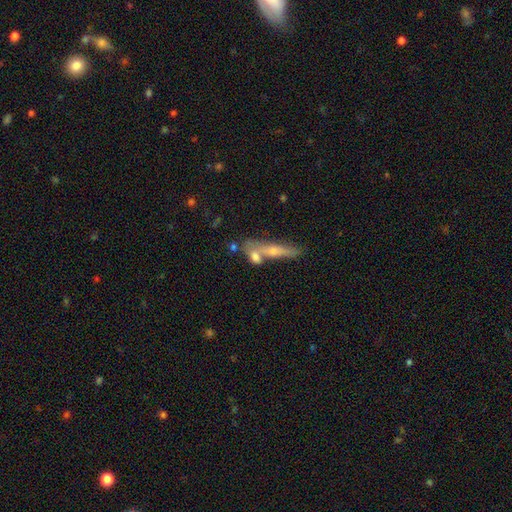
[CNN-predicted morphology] A featured or disk galaxy (42%). Merging: none (51%).